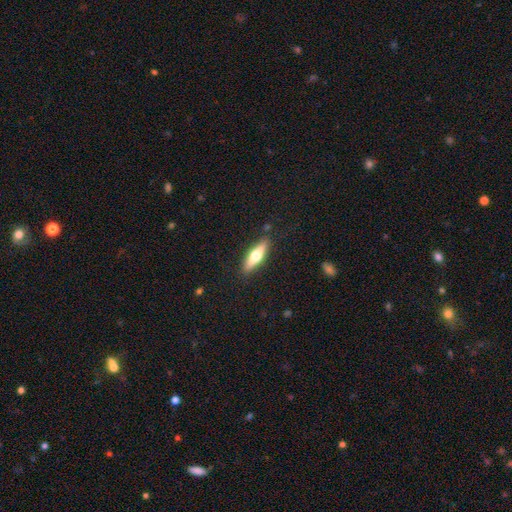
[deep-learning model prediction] Overall: smooth (50%; featured or disk 45%). Merging: none (87%).